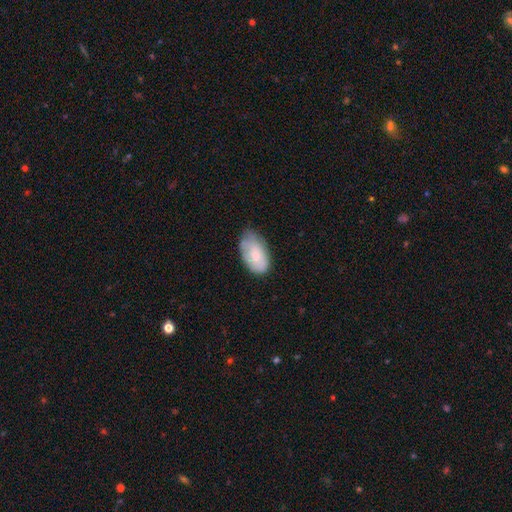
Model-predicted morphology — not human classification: Smooth or featured: smooth — 67% (featured or disk — 27%)
How rounded: in between — 93% (round — 5%)
Merging: none — 54% (minor disturbance — 37%)